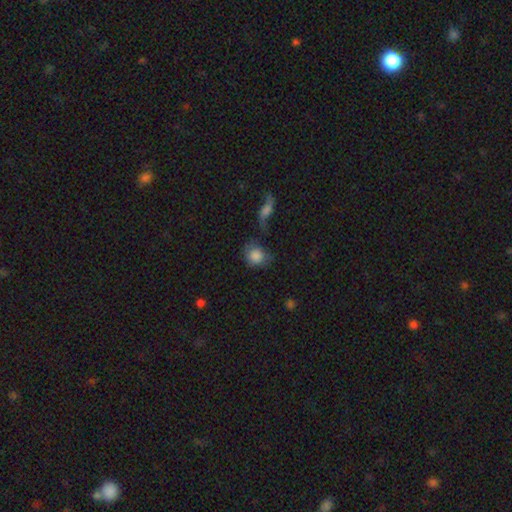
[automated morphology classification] Smooth or featured? Predicted: smooth (p=0.81). How rounded? Predicted: round (p=0.74). Merging? Predicted: none (p=0.49).